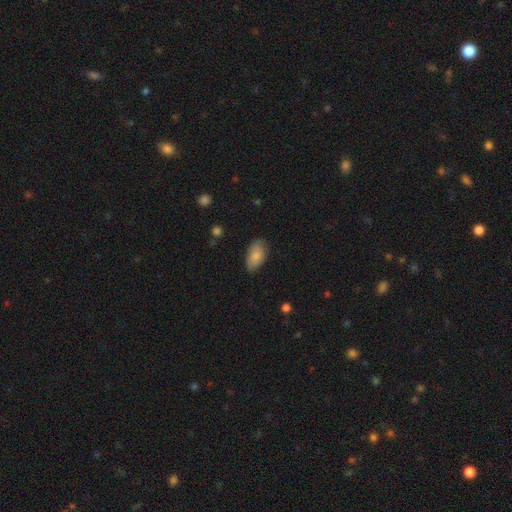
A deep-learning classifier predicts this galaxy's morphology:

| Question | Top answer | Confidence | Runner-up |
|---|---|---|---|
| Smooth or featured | smooth | 81% | featured or disk (13%) |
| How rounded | in between | 93% | round (4%) |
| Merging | none | 74% | minor disturbance (21%) |